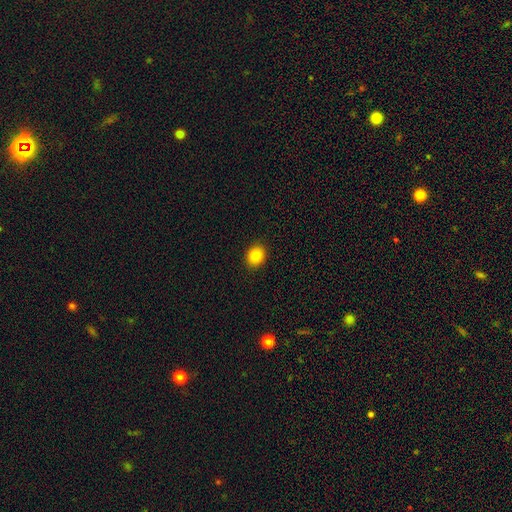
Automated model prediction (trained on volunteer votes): smooth-or-featured: smooth: 84% | star or artifact: 10% | featured or disk: 6%
  how-rounded: round: 61% | in between: 38% | cigar-shaped: 1%
  merging: none: 91% | minor disturbance: 6% | major disturbance: 2% | merger: 1%